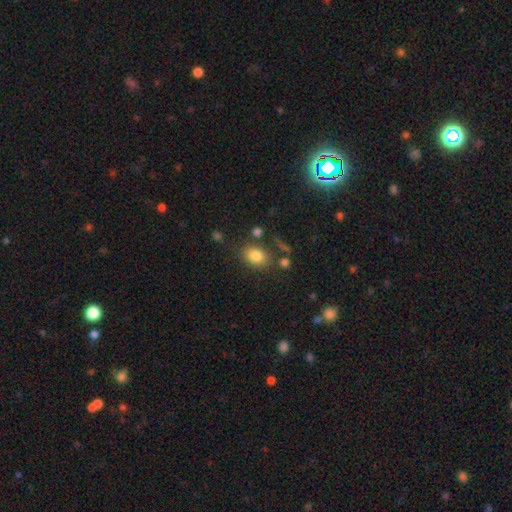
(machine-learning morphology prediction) Smooth or featured: smooth — 82% (star or artifact — 10%)
How rounded: in between — 66% (round — 33%)
Merging: none — 73% (minor disturbance — 14%)